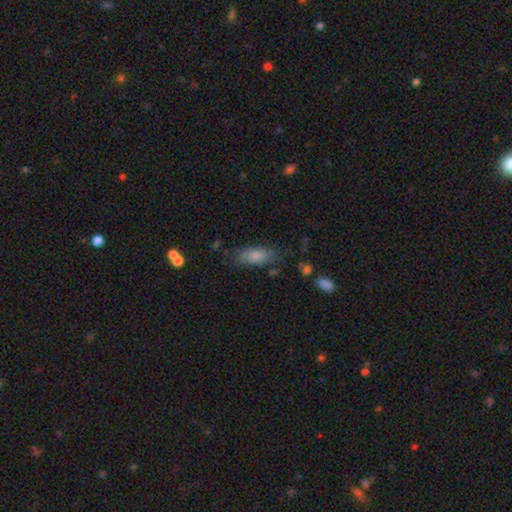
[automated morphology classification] This appears to be a smooth galaxy with no disk features (81%) that is in between round and cigar-shaped (82%). Merging: none (70%).